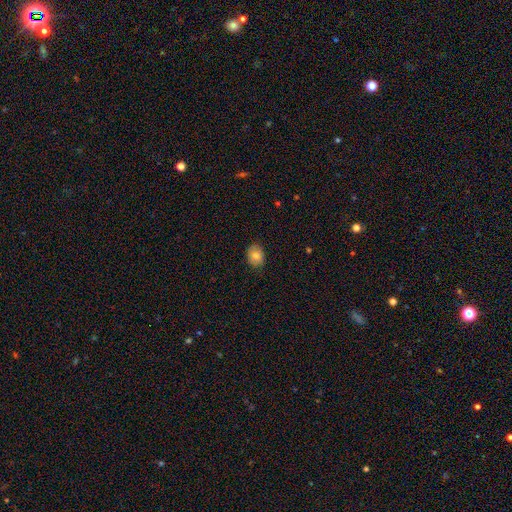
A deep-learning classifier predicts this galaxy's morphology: smooth-or-featured: smooth: 79% | featured or disk: 12% | star or artifact: 9%
  how-rounded: in between: 54% | round: 45% | cigar-shaped: 1%
  merging: none: 83% | minor disturbance: 13% | major disturbance: 2% | merger: 1%